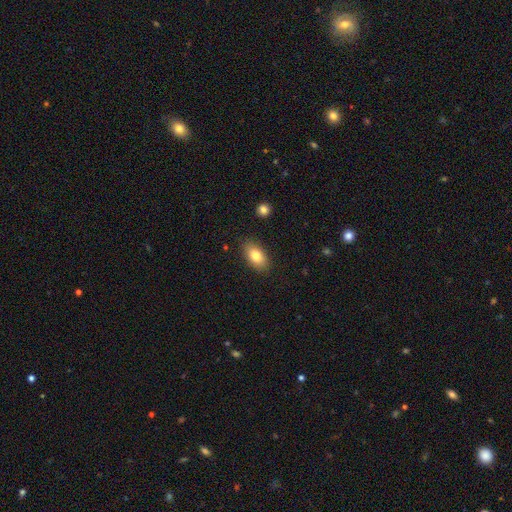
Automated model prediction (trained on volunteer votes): smooth-or-featured: smooth: 80% | featured or disk: 13% | star or artifact: 8%
  how-rounded: in between: 90% | round: 6% | cigar-shaped: 3%
  merging: none: 86% | minor disturbance: 10% | major disturbance: 2% | merger: 1%